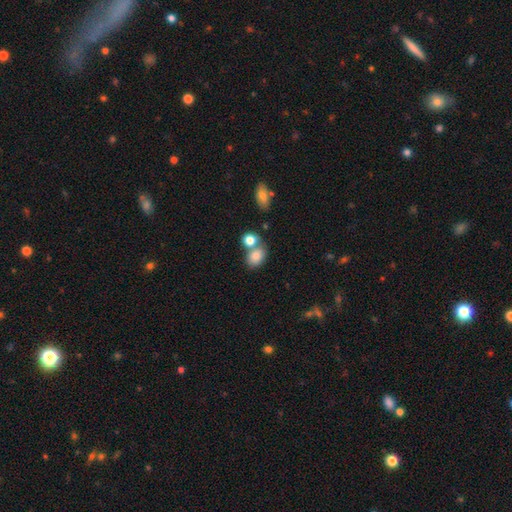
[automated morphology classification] Smooth or featured? Predicted: smooth (p=0.81). How rounded? Predicted: in between (p=0.65). Merging? Predicted: none (p=0.48).